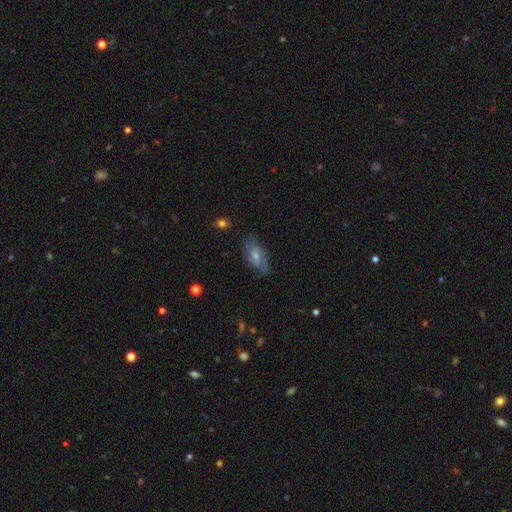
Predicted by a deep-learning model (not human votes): smooth 49%, featured or disk 44%, star or artifact 8%. Down the decision tree: merging — none (71%).